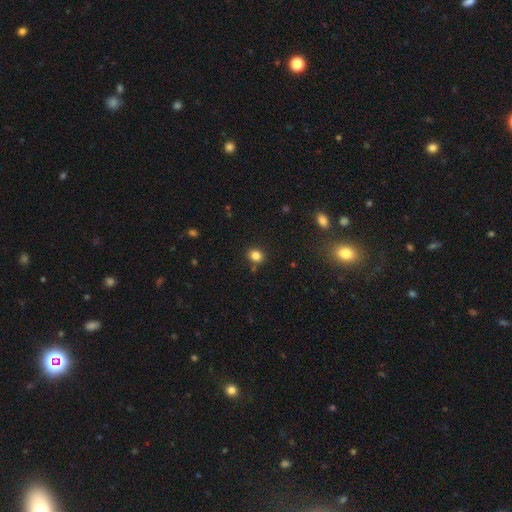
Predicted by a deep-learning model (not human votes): This is clearly a smooth galaxy (83%). How rounded: likely round (65%). Merging: clearly none (82%).